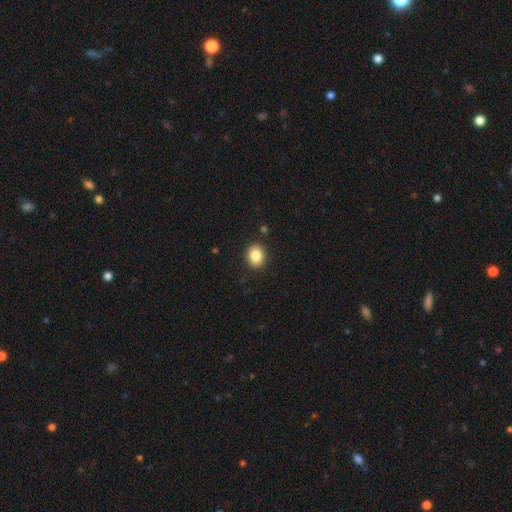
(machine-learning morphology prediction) A smooth galaxy with no disk features (85%) that is round (55%). Merging: none (90%).